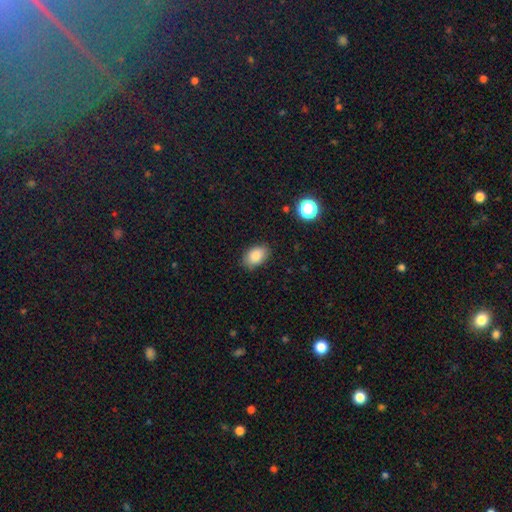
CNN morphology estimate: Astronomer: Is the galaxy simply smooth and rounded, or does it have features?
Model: smooth — 86%.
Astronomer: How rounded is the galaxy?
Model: in between — 88%.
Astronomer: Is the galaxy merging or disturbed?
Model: none — 83%.